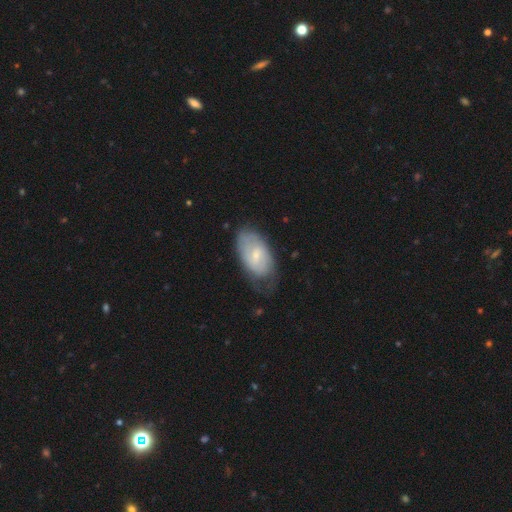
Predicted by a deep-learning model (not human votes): Overall: featured or disk (51%; smooth 43%). Edge-on disk: no (93%). Merging: none (57%; minor disturbance 29%).